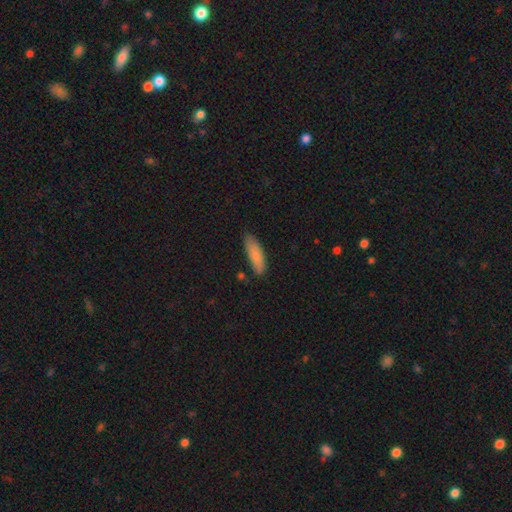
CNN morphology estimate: smooth_or_featured: smooth (p=0.84) [alt: featured or disk p=0.11]
how_rounded: cigar-shaped (p=0.53) [alt: in between p=0.46]
merging: none (p=0.80) [alt: minor disturbance p=0.16]